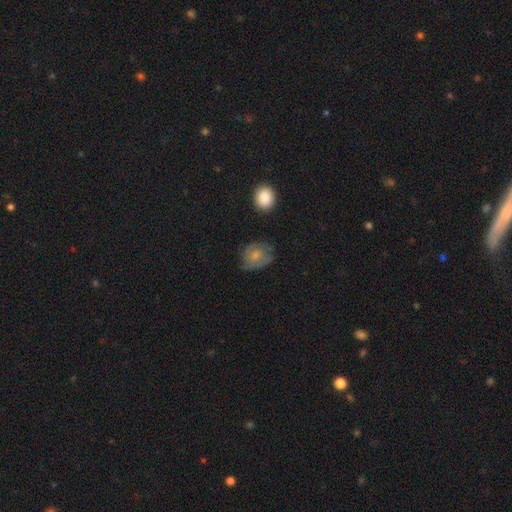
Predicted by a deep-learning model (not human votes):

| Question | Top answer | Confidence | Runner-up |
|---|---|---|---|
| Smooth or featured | smooth | 48% | featured or disk (44%) |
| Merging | none | 57% | minor disturbance (29%) |